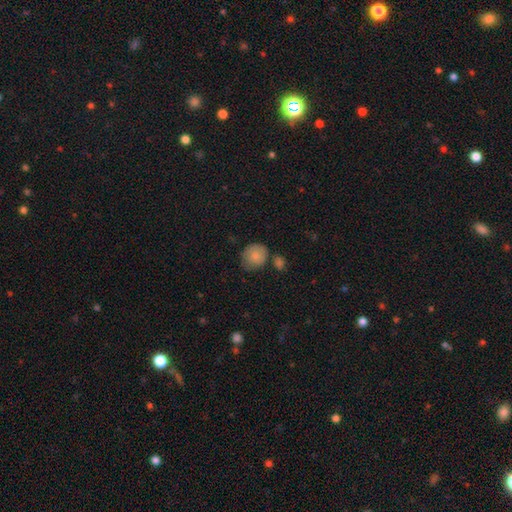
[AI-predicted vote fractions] Smooth or featured? smooth (84%)
How rounded? round (74%)
Merging? none (57%)